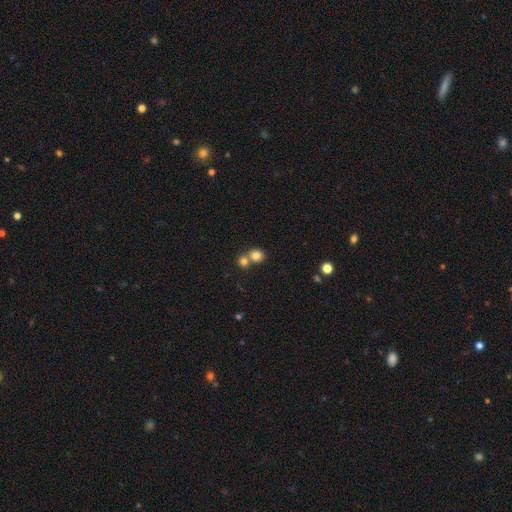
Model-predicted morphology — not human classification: A smooth galaxy with no disk features (81%) that is round (80%).

Vote fractions:
- Smooth or featured? smooth: 81% / star or artifact: 11% / featured or disk: 8%
- How rounded? round: 80% / in between: 19% / cigar-shaped: 1%
- Merging? merger: 47% / none: 45% / minor disturbance: 6% / major disturbance: 2%